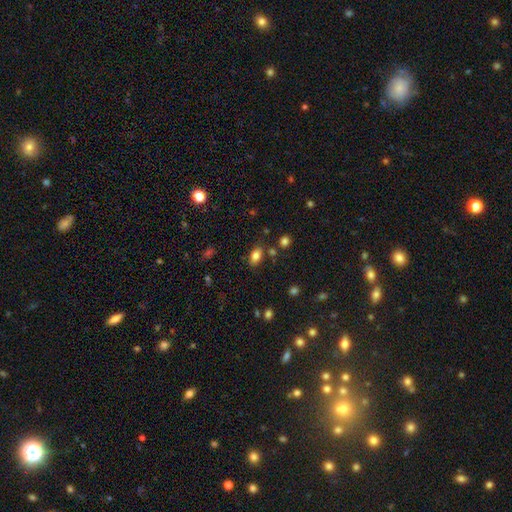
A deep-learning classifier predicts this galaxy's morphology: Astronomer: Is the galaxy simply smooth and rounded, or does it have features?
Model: smooth — 81%.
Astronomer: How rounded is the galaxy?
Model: in between — 87%.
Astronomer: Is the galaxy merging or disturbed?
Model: none — 79%.